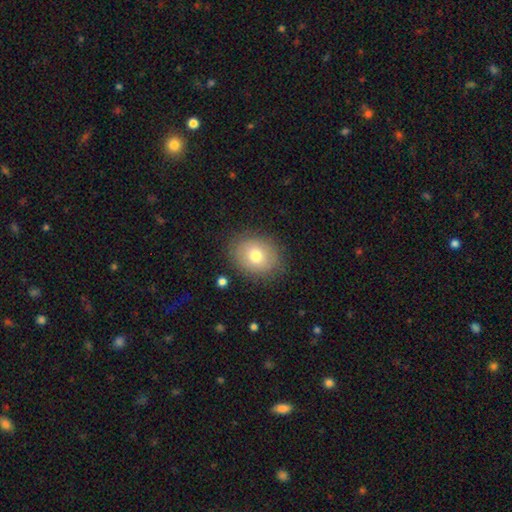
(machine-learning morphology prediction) type=smooth (74%); roundness=round (53%); merging=none (82%).